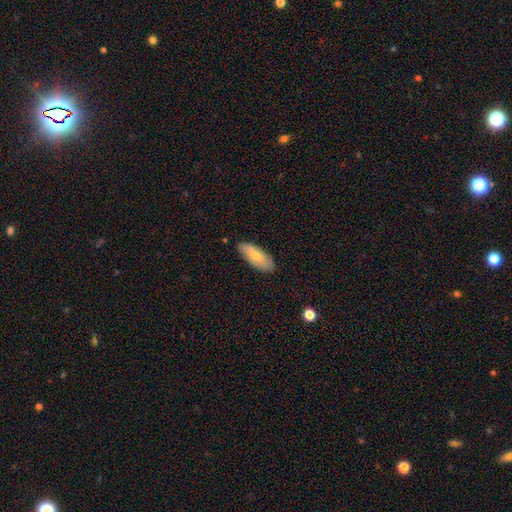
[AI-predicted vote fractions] smooth_or_featured: smooth (p=0.70) [alt: featured or disk p=0.25]
how_rounded: in between (p=0.81) [alt: cigar-shaped p=0.17]
merging: none (p=0.82) [alt: minor disturbance p=0.14]